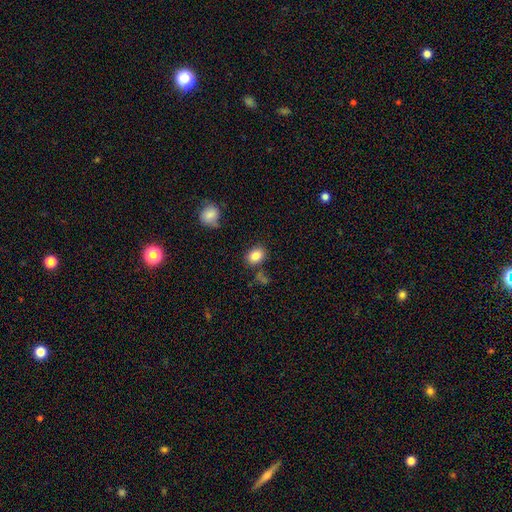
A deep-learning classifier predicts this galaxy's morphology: Overall: smooth (85%). How rounded: in between (67%; round 32%). Merging: none (78%).